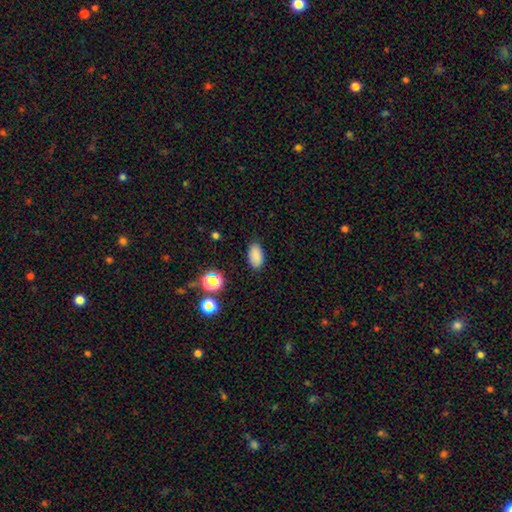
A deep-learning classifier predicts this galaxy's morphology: Smooth or featured: smooth — 85% (star or artifact — 10%)
How rounded: in between — 92% (round — 6%)
Merging: none — 86% (minor disturbance — 10%)